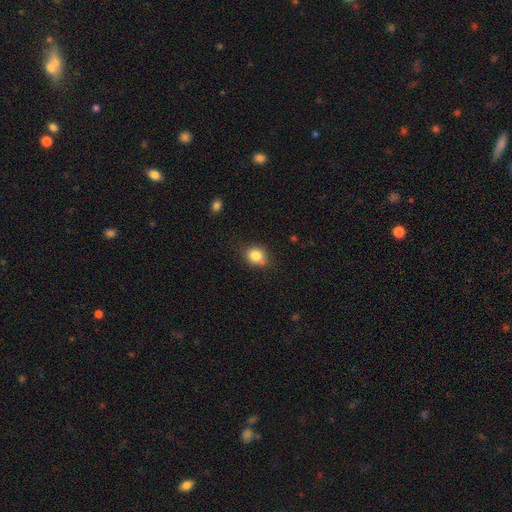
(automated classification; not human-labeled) This appears to be a smooth galaxy with no disk features (82%) that is round (68%). Merging: none (70%).